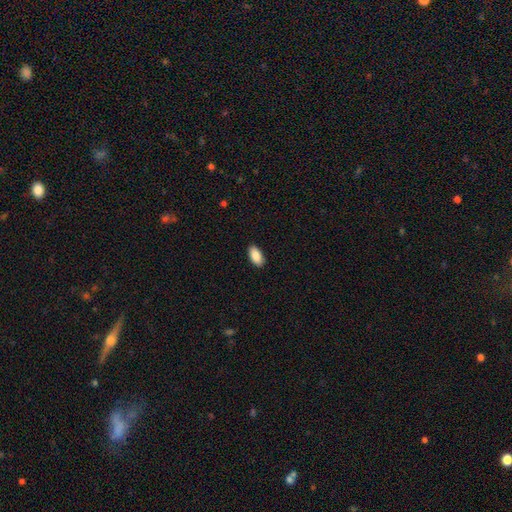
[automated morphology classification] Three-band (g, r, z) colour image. It shows a smooth galaxy with no disk features (90%) that is in between round and cigar-shaped (93%). Merging: none (90%).